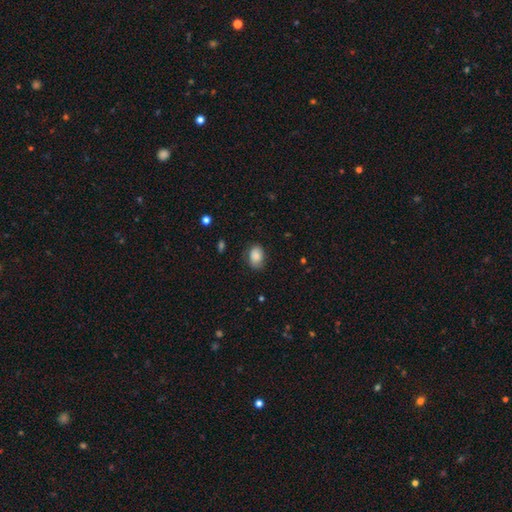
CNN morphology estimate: The model was most divided on "merging": none: 70%, minor disturbance: 23%, major disturbance: 6%, merger: 1%. More confident: smooth or featured — smooth (82%); how rounded — in between (79%).